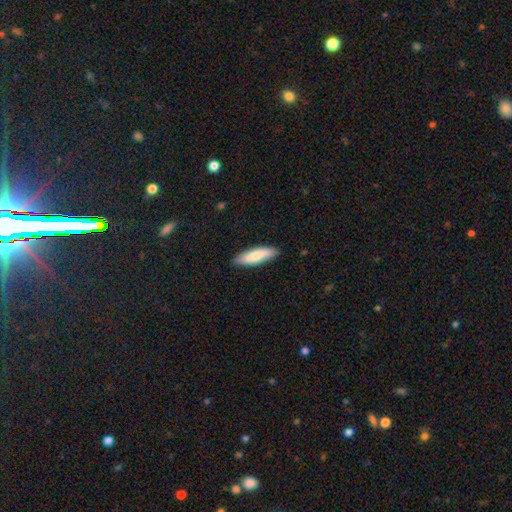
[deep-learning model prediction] Smooth or featured?
  - smooth: 79% *
  - featured or disk: 15%
  - star or artifact: 5%
How rounded?
  - cigar-shaped: 59% *
  - in between: 39%
  - round: 2%
Merging?
  - none: 87% *
  - minor disturbance: 10%
  - major disturbance: 2%
  - merger: 1%